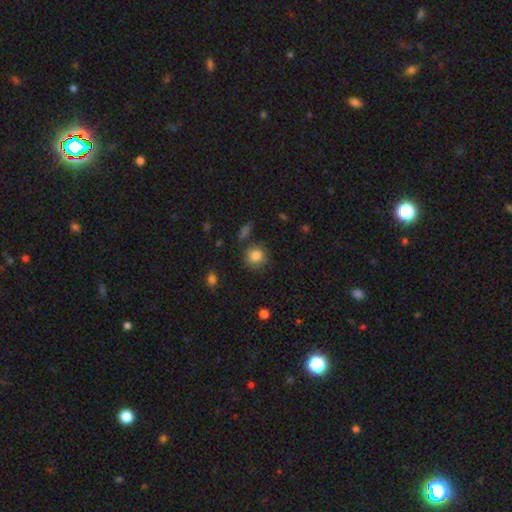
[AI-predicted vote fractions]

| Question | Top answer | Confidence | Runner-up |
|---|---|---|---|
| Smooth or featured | smooth | 84% | star or artifact (10%) |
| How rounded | round | 85% | in between (14%) |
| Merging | none | 78% | minor disturbance (13%) |